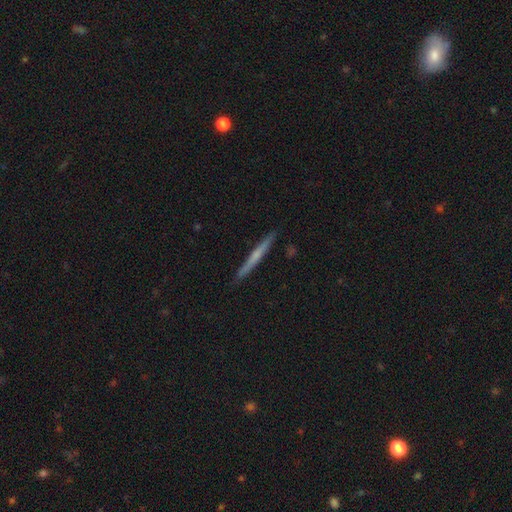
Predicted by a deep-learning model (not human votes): Q: Smooth or featured?
A: smooth (47%); tied with: featured or disk (47%)
Q: Merging?
A: none (91%); runner-up: minor disturbance (7%)